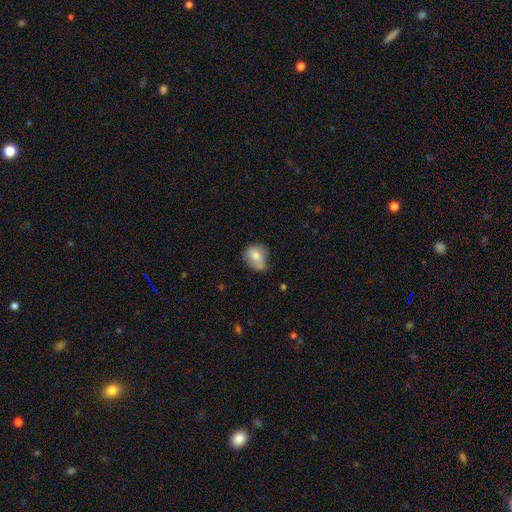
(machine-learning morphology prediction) smooth_or_featured: smooth (p=0.71) [alt: featured or disk p=0.21]
how_rounded: round (p=0.53) [alt: in between p=0.46]
merging: none (p=0.47) [alt: minor disturbance p=0.34]